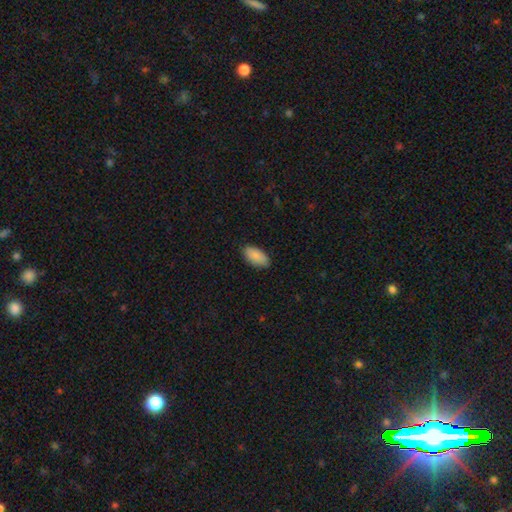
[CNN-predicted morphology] A smooth galaxy with no disk features (87%) that is in between round and cigar-shaped (94%). Merging: none (85%).